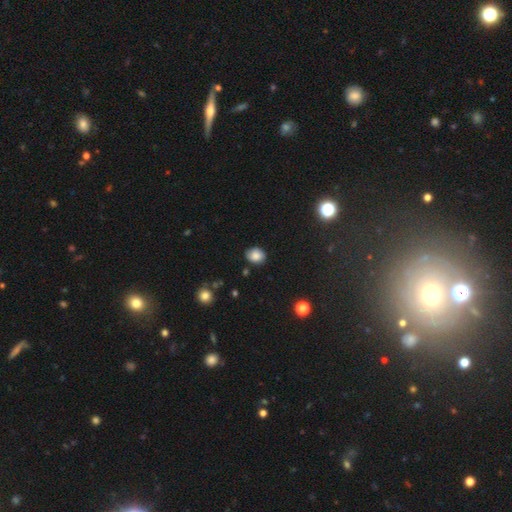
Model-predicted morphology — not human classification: Q: Smooth or featured?
A: smooth (84%); runner-up: star or artifact (10%)
Q: How rounded?
A: round (51%); runner-up: in between (48%)
Q: Merging?
A: none (83%); runner-up: minor disturbance (13%)